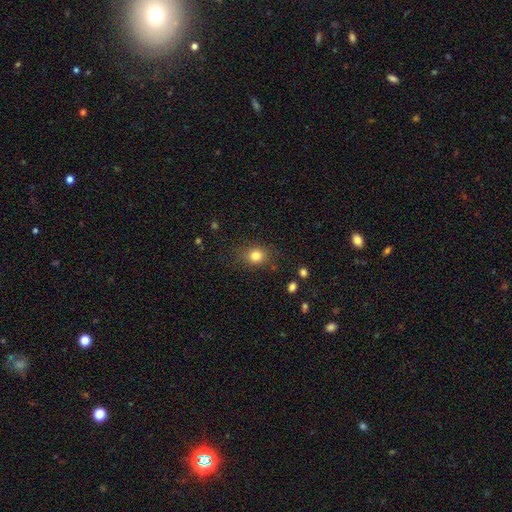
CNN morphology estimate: Smooth or featured? smooth (81%)
How rounded? round (68%)
Merging? none (80%)